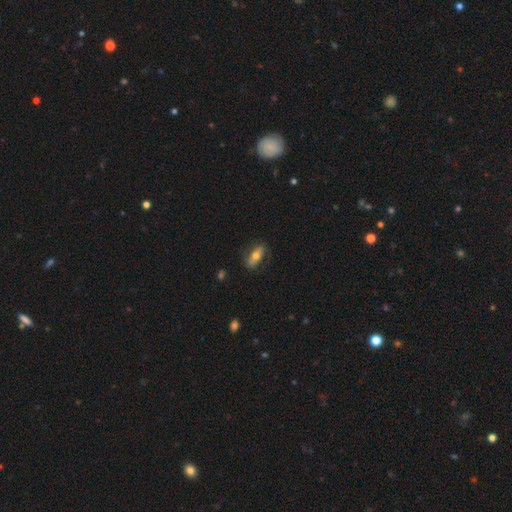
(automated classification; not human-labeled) smooth-or-featured: smooth: 63% | featured or disk: 30% | star or artifact: 7%
  how-rounded: in between: 75% | cigar-shaped: 21% | round: 4%
  merging: none: 77% | minor disturbance: 16% | major disturbance: 5% | merger: 1%